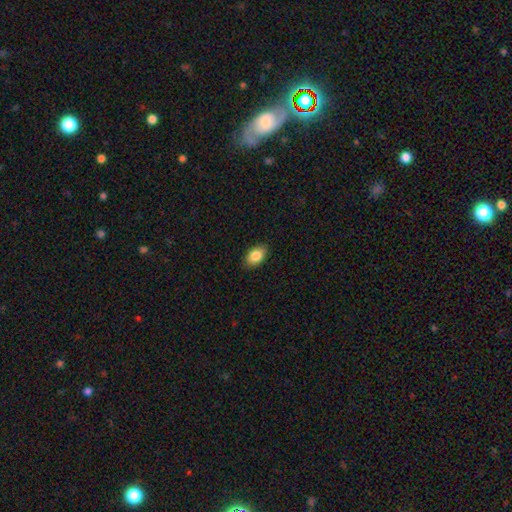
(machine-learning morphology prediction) This is clearly a smooth galaxy (85%). How rounded: clearly in between (89%). Merging: clearly none (87%).